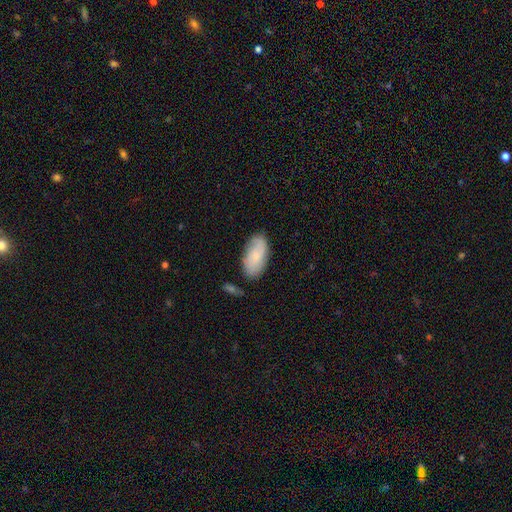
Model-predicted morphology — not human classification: smooth 68%, featured or disk 26%, star or artifact 6%. Down the decision tree: how rounded — in between (92%); merging — none (76%).